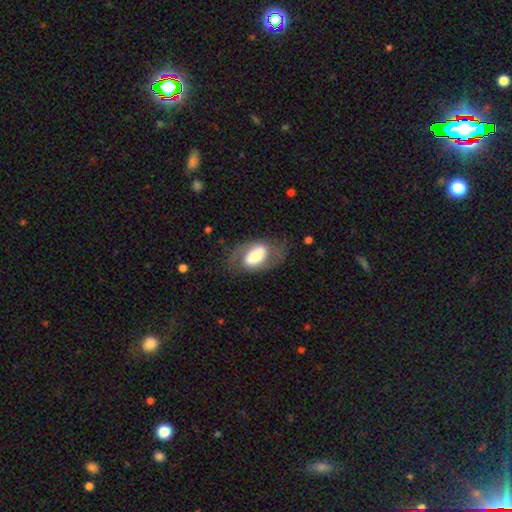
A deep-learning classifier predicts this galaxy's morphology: This appears to be a featured or disk galaxy (53%). Merging: none (63%).